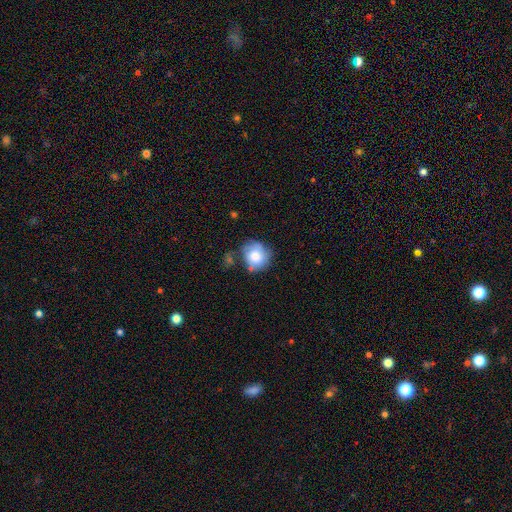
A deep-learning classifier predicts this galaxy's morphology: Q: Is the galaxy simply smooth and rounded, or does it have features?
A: smooth — 74%.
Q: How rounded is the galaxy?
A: round — 84%.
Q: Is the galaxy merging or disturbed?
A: none — 57%.